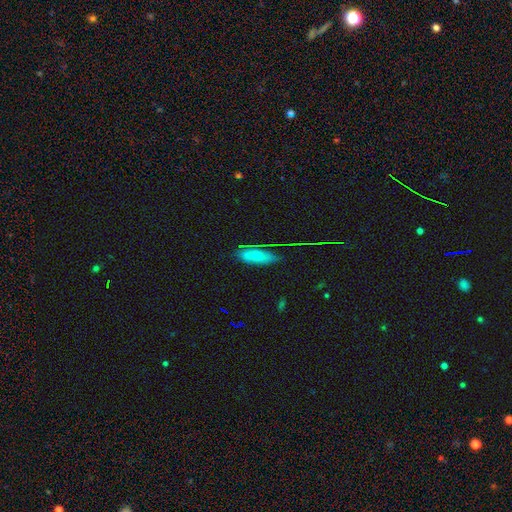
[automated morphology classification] Smooth or featured?
  - smooth: 68% *
  - featured or disk: 19%
  - star or artifact: 13%
How rounded?
  - in between: 77% *
  - cigar-shaped: 19%
  - round: 4%
Merging?
  - none: 73% *
  - minor disturbance: 20%
  - major disturbance: 5%
  - merger: 2%